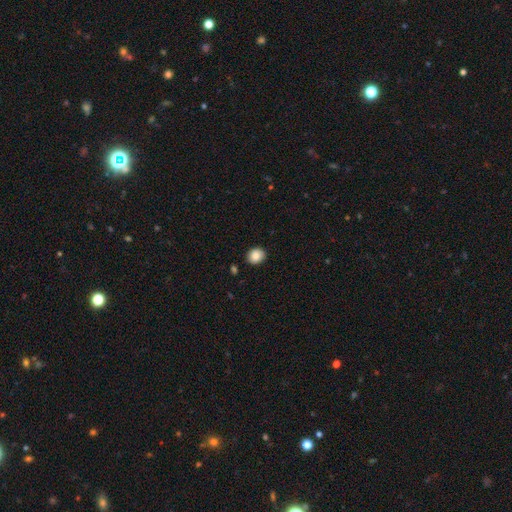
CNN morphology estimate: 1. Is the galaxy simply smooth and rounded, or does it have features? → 87% smooth, 9% star or artifact, 4% featured or disk.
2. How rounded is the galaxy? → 67% round, 32% in between, 1% cigar-shaped.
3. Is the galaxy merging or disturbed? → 89% none, 7% minor disturbance, 2% major disturbance, 2% merger.